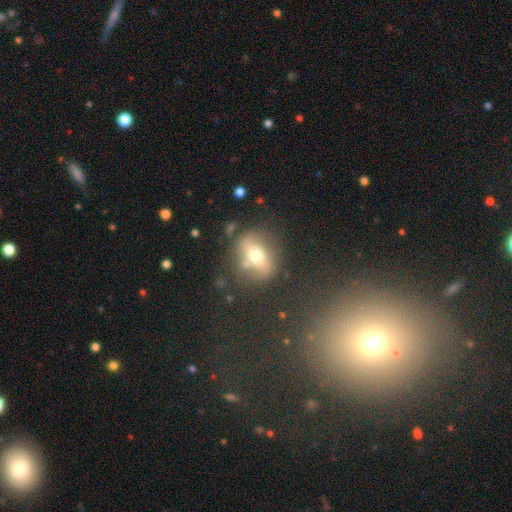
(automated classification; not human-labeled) A smooth galaxy with no disk features (49%).

Vote fractions:
- Smooth or featured? smooth: 49% / featured or disk: 39% / star or artifact: 12%
- Merging? none: 66% / minor disturbance: 18% / merger: 9% / major disturbance: 8%